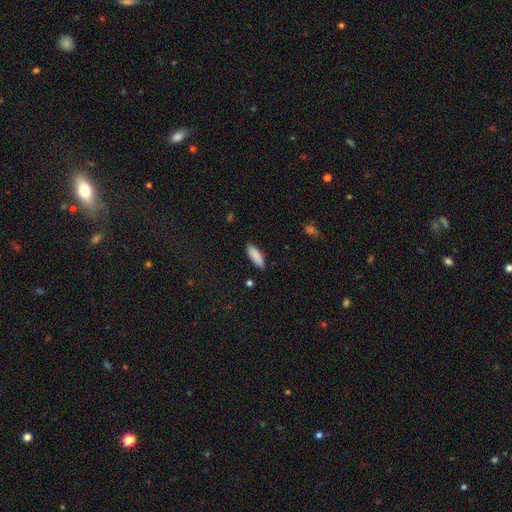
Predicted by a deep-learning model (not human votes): Smooth or featured? smooth (89%)
How rounded? in between (61%)
Merging? none (88%)